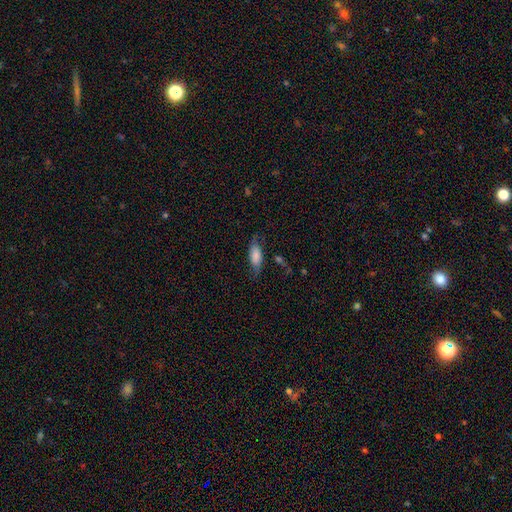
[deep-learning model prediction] smooth-or-featured: smooth: 76% | featured or disk: 17% | star or artifact: 7%
  how-rounded: in between: 80% | cigar-shaped: 17% | round: 3%
  merging: none: 63% | minor disturbance: 25% | major disturbance: 10% | merger: 3%